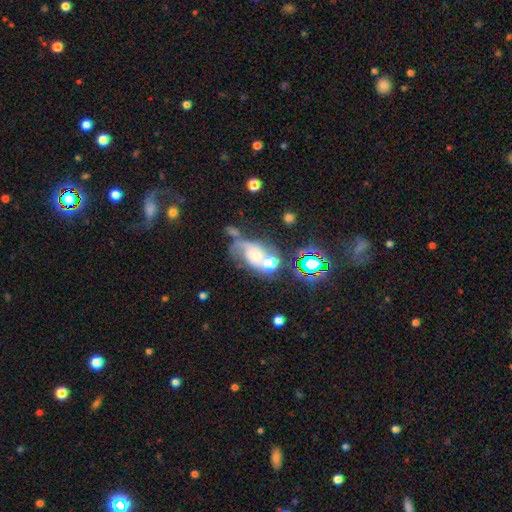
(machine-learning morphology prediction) This is marginally a smooth galaxy (40%). Merging: marginally merger (34%).